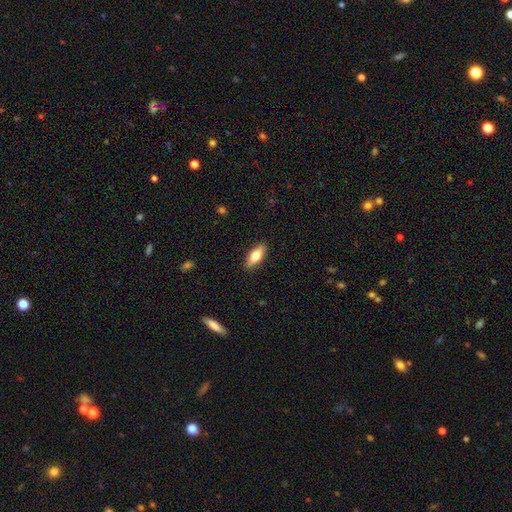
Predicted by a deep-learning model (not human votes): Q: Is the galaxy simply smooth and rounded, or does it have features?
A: smooth — 70%.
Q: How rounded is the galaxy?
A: in between — 71%.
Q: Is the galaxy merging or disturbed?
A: none — 89%.